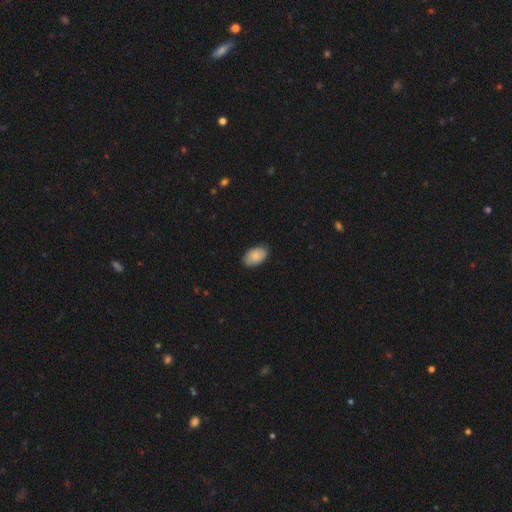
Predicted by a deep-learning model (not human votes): Smooth or featured? Predicted: smooth (p=0.83). How rounded? Predicted: in between (p=0.93). Merging? Predicted: none (p=0.84).